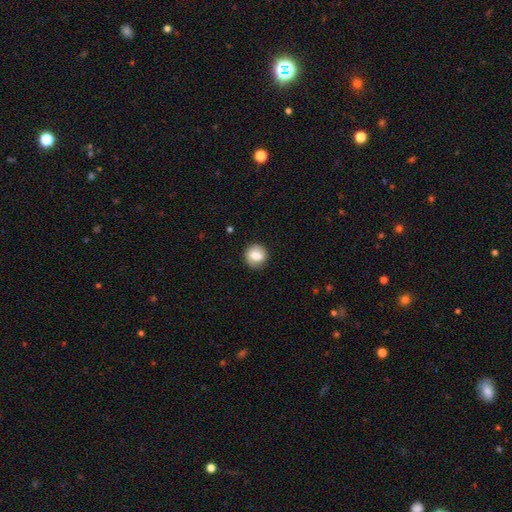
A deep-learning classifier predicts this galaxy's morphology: This appears to be a smooth galaxy with no disk features (74%) that is round (84%). Merging: none (82%).